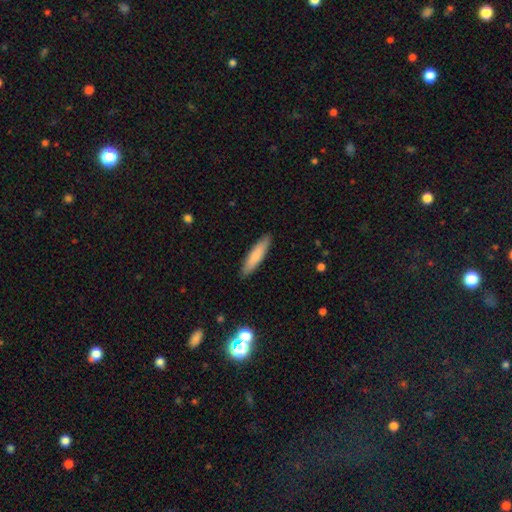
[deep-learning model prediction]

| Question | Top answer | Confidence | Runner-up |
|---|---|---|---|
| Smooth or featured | smooth | 80% | featured or disk (14%) |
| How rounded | cigar-shaped | 80% | in between (19%) |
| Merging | none | 90% | minor disturbance (7%) |